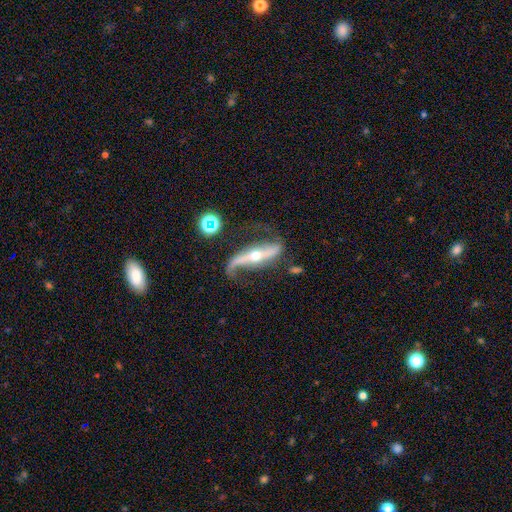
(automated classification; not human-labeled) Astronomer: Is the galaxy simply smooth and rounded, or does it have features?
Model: featured or disk — 87%.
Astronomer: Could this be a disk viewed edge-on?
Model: no — 73%.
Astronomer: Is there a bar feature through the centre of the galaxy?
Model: strong — 56%.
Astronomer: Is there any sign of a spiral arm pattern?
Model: yes — 93%.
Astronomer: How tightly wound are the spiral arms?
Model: loose — 83%.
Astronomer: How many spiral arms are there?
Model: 2 — 86%.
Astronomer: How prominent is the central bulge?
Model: moderate — 51% (runner-up: small, 44%).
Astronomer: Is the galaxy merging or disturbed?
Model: none — 60%.